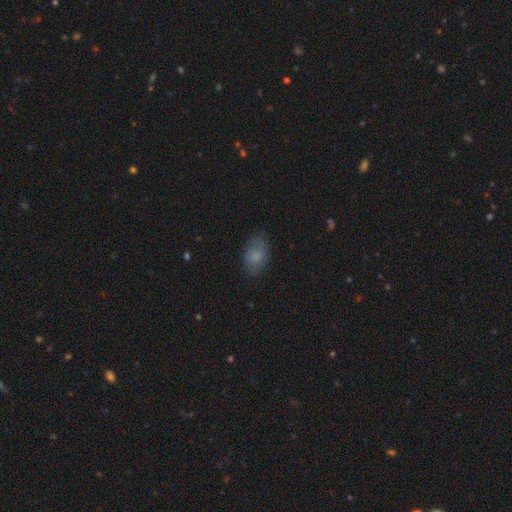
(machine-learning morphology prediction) type=smooth (79%); roundness=in between (88%); merging=none (75%).